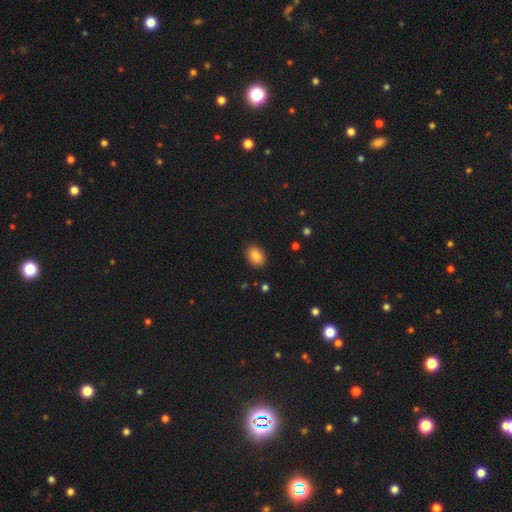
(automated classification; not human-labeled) A smooth galaxy with no disk features (85%) that is in between round and cigar-shaped (77%).

Vote fractions:
- Smooth or featured? smooth: 85% / star or artifact: 9% / featured or disk: 6%
- How rounded? in between: 77% / round: 22% / cigar-shaped: 1%
- Merging? none: 88% / minor disturbance: 8% / major disturbance: 2% / merger: 1%